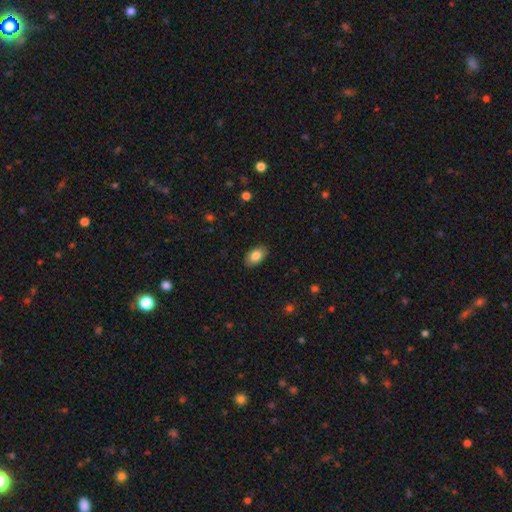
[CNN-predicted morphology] smooth_or_featured: smooth (p=0.84) [alt: featured or disk p=0.09]
how_rounded: in between (p=0.92) [alt: round p=0.07]
merging: none (p=0.88) [alt: minor disturbance p=0.09]